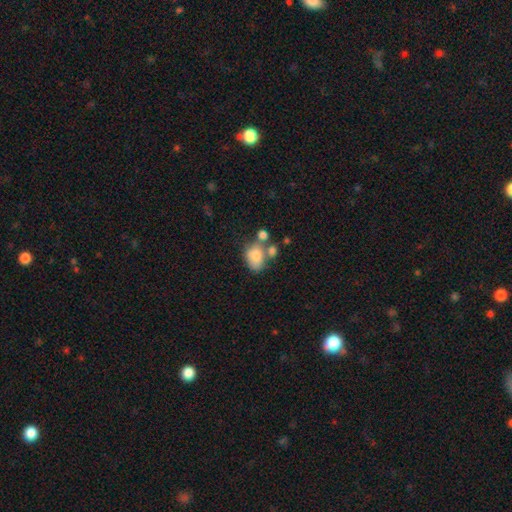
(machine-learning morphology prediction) smooth-or-featured: smooth: 76% | featured or disk: 15% | star or artifact: 9%
  how-rounded: in between: 72% | round: 26% | cigar-shaped: 1%
  merging: none: 37% | merger: 35% | minor disturbance: 18% | major disturbance: 10%